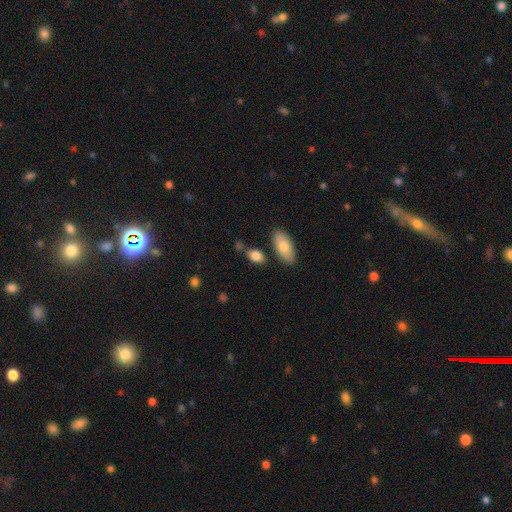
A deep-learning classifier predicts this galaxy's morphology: This appears to be a smooth galaxy with no disk features (83%) that is in between round and cigar-shaped (83%). Merging: none (67%).